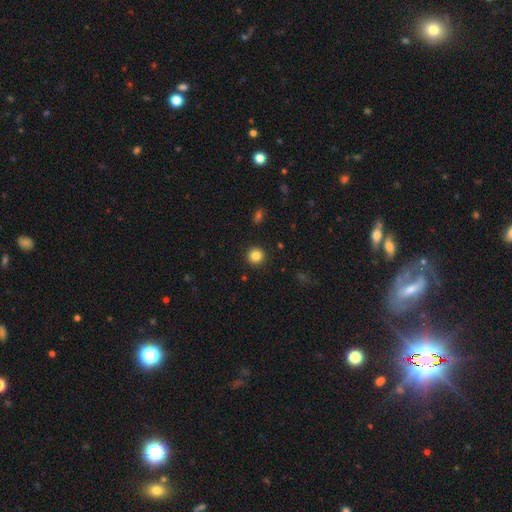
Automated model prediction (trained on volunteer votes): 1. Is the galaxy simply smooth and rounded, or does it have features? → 84% smooth, 11% star or artifact, 5% featured or disk.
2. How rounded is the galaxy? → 94% round, 6% in between, 1% cigar-shaped.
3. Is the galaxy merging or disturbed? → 92% none, 5% minor disturbance, 2% major disturbance, 1% merger.